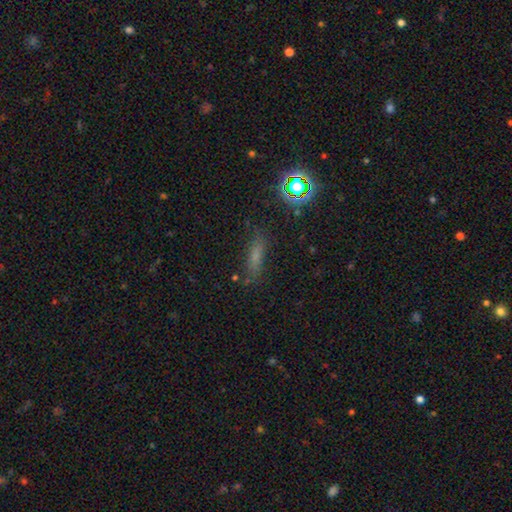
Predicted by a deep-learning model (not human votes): Smooth or featured? smooth (60%)
How rounded? cigar-shaped (68%)
Merging? none (77%)